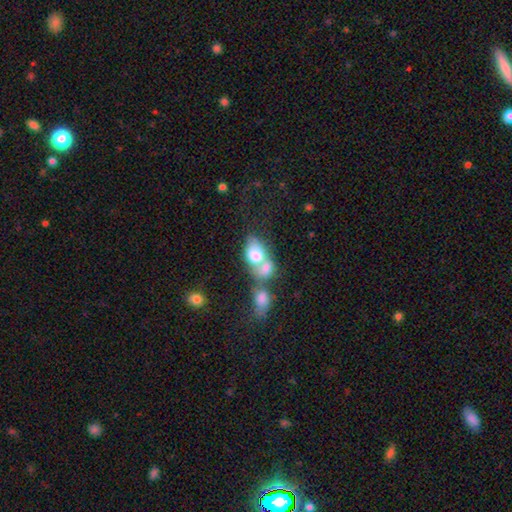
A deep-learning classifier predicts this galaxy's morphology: Smooth or featured: smooth — 71% (featured or disk — 21%)
How rounded: in between — 77% (round — 21%)
Merging: merger — 71% (none — 16%)